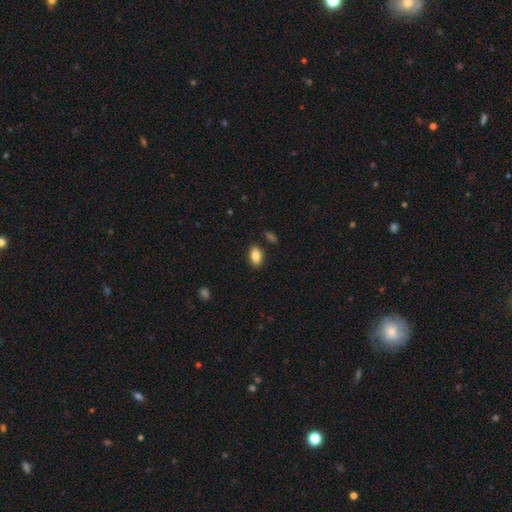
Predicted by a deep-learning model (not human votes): Smooth or featured? Predicted: smooth (p=0.85). How rounded? Predicted: in between (p=0.89). Merging? Predicted: none (p=0.86).